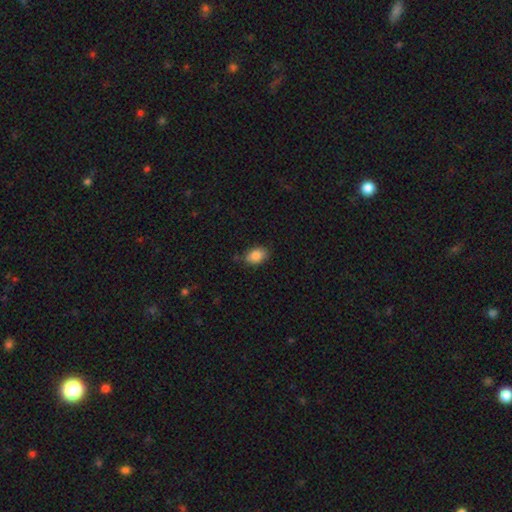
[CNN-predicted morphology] Smooth or featured? smooth (87%)
How rounded? in between (83%)
Merging? none (77%)